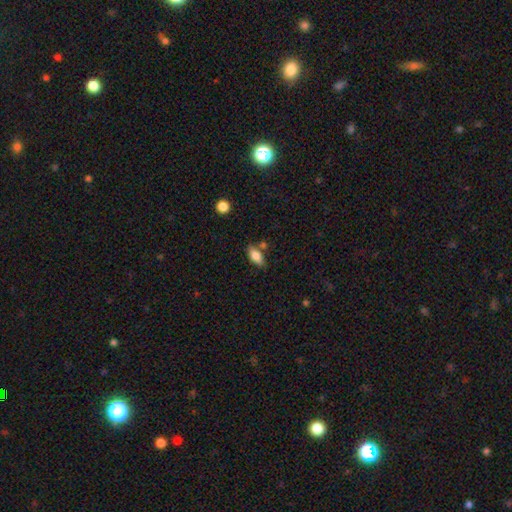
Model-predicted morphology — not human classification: Overall: smooth (79%). How rounded: in between (85%). Merging: none (69%).